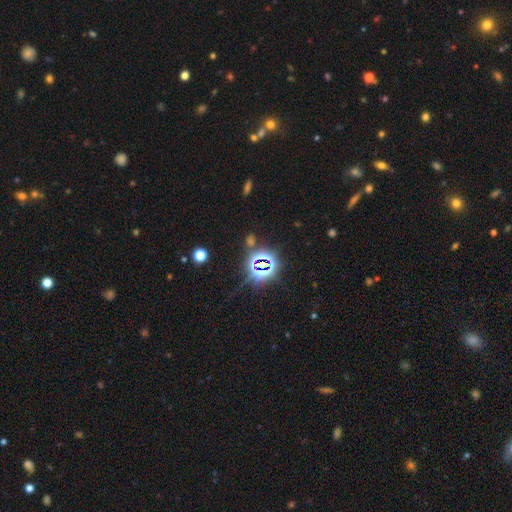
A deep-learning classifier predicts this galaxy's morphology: Smooth or featured? Predicted: star or artifact (p=0.79).